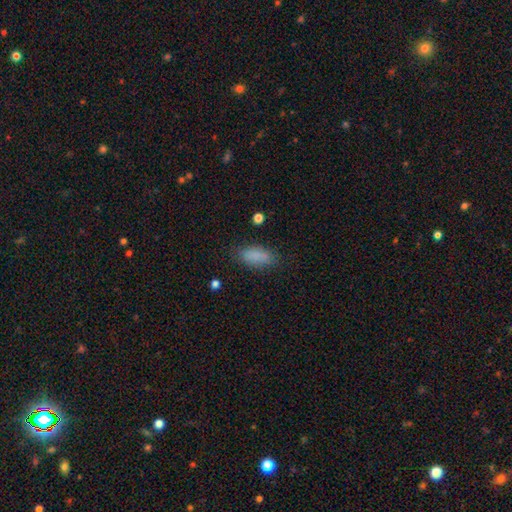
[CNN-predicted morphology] A smooth galaxy with no disk features (84%) that is in between round and cigar-shaped (82%). Merging: none (78%).